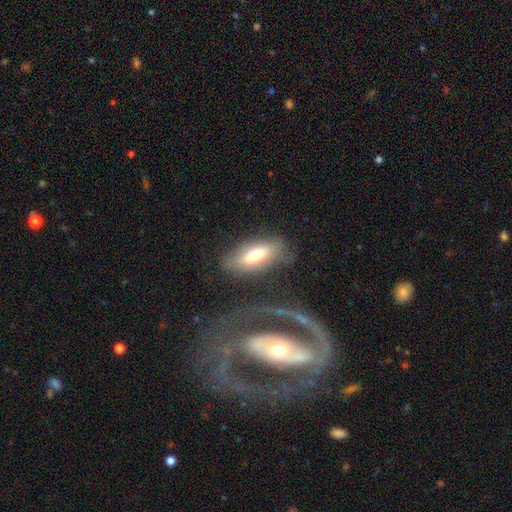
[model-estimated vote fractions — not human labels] Smooth or featured? Predicted: smooth (p=0.69). How rounded? Predicted: in between (p=0.76). Merging? Predicted: none (p=0.70).